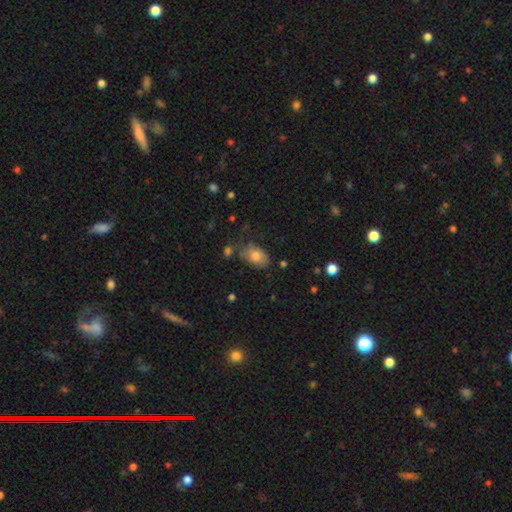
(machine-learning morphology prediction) Q: Smooth or featured?
A: smooth (78%); runner-up: featured or disk (13%)
Q: How rounded?
A: in between (85%); runner-up: round (13%)
Q: Merging?
A: none (65%); runner-up: minor disturbance (23%)